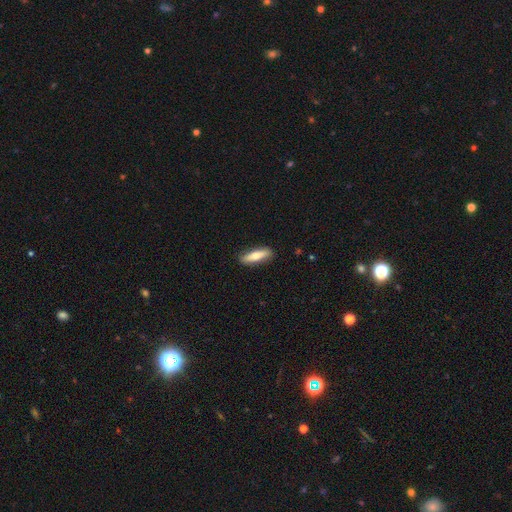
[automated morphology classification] smooth-or-featured: smooth: 64% | featured or disk: 30% | star or artifact: 6%
  how-rounded: cigar-shaped: 62% | in between: 36% | round: 2%
  merging: none: 88% | minor disturbance: 9% | major disturbance: 2% | merger: 1%